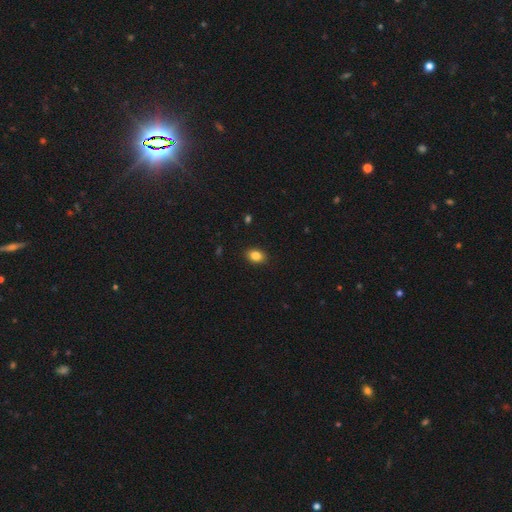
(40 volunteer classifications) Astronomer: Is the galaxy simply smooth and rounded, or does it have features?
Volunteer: smooth — 92%.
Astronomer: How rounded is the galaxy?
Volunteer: in between — 78%.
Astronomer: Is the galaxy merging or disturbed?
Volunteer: none — 97%.